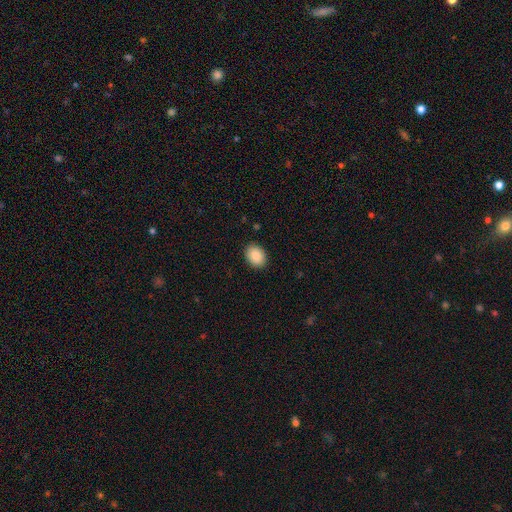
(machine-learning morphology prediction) Smooth or featured? Predicted: smooth (p=0.88). How rounded? Predicted: in between (p=0.64). Merging? Predicted: none (p=0.90).